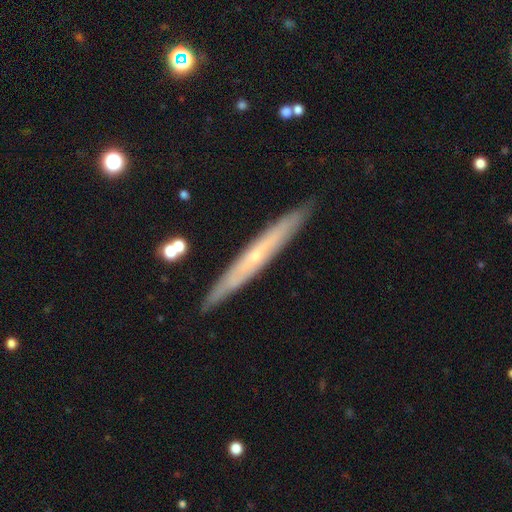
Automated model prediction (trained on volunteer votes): Smooth or featured? Predicted: featured or disk (p=0.66). Edge-on disk? Predicted: yes (p=0.90). Edge-on bulge? Predicted: none (p=0.51). Merging? Predicted: none (p=0.90).